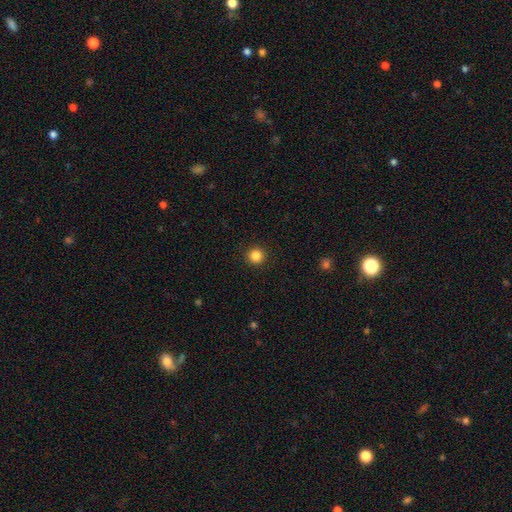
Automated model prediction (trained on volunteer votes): This appears to be a smooth galaxy with no disk features (85%) that is round (95%). Merging: none (93%).